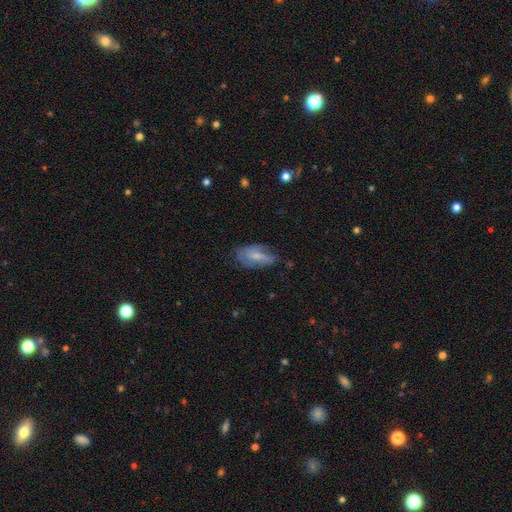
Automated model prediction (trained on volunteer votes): smooth-or-featured: smooth: 50% | featured or disk: 43% | star or artifact: 7%
  merging: none: 56% | minor disturbance: 31% | major disturbance: 11% | merger: 2%